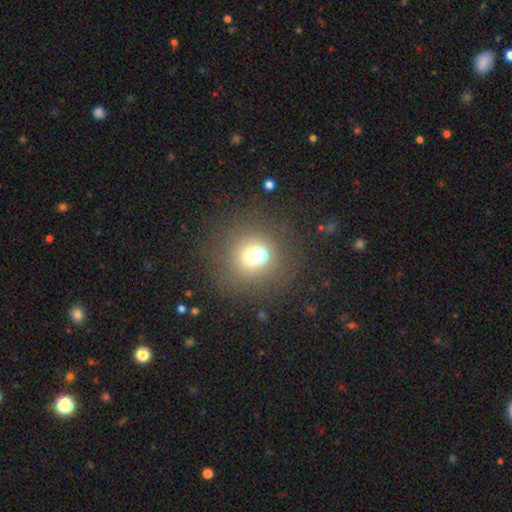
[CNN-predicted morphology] This is possibly a smooth galaxy (60%). How rounded: clearly round (84%). Merging: possibly none (50%).